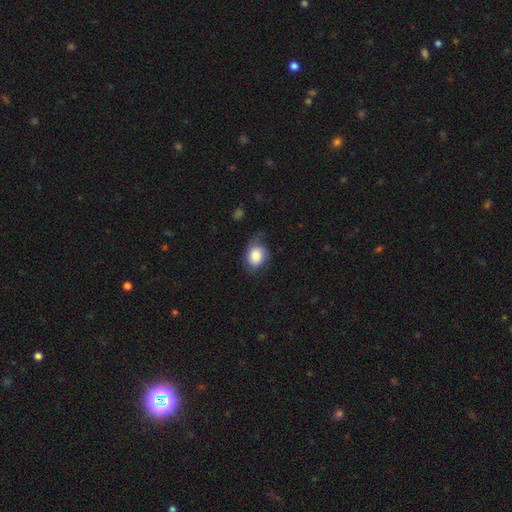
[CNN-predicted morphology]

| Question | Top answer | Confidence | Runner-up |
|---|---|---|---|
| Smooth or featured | smooth | 79% | featured or disk (14%) |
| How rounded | in between | 55% | round (44%) |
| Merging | none | 50% | minor disturbance (35%) |